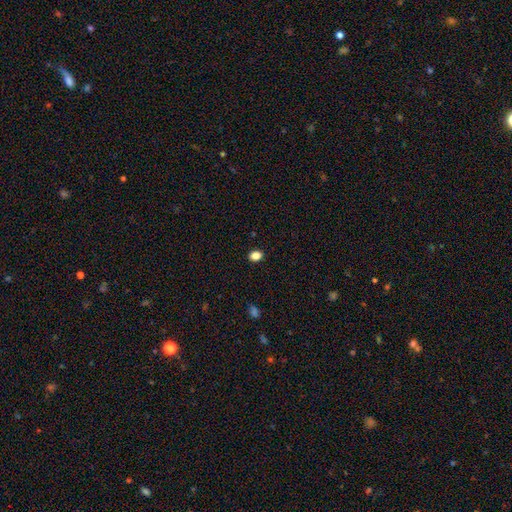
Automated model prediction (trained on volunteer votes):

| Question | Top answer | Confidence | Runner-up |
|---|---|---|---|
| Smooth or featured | smooth | 85% | star or artifact (11%) |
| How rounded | in between | 67% | round (31%) |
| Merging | none | 90% | minor disturbance (7%) |